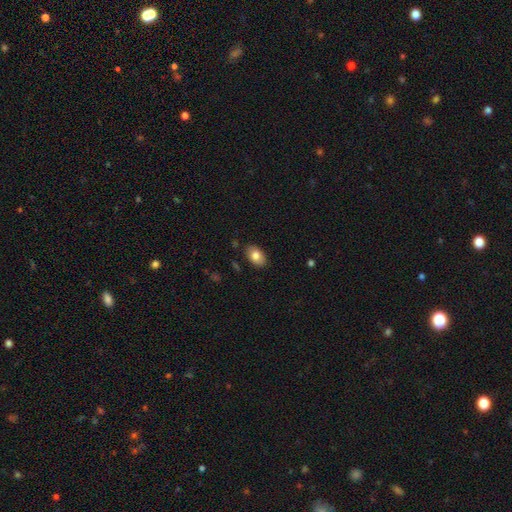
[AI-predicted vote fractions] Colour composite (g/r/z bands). It shows a smooth galaxy with no disk features (81%) that is in between round and cigar-shaped (90%). Merging: none (86%).